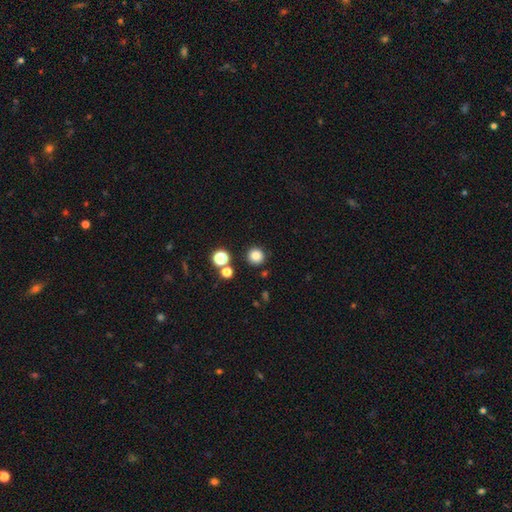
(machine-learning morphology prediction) Smooth or featured?
  - smooth: 82% *
  - star or artifact: 13%
  - featured or disk: 5%
How rounded?
  - round: 94% *
  - in between: 5%
  - cigar-shaped: 1%
Merging?
  - none: 87% *
  - minor disturbance: 7%
  - merger: 4%
  - major disturbance: 2%